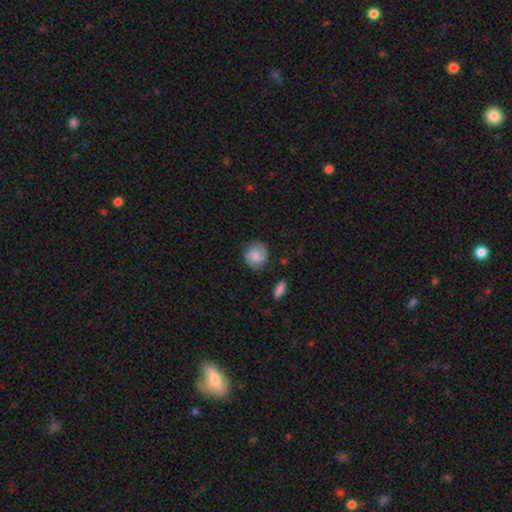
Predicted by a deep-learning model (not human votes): Morphology: type=smooth (53%); roundness=round (82%); merging=none (79%).